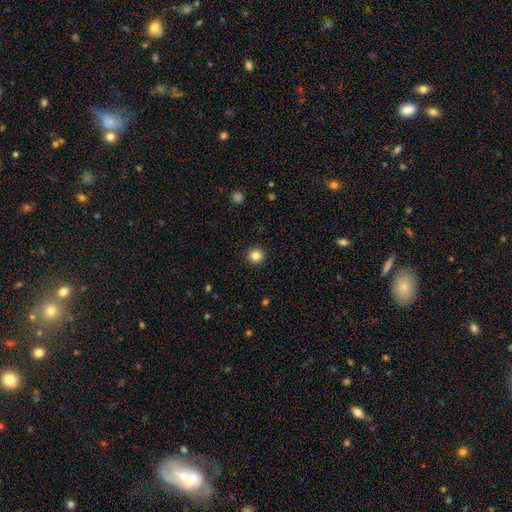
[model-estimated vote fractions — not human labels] Smooth or featured: smooth — 84% (star or artifact — 12%)
How rounded: round — 95% (in between — 4%)
Merging: none — 93% (minor disturbance — 5%)